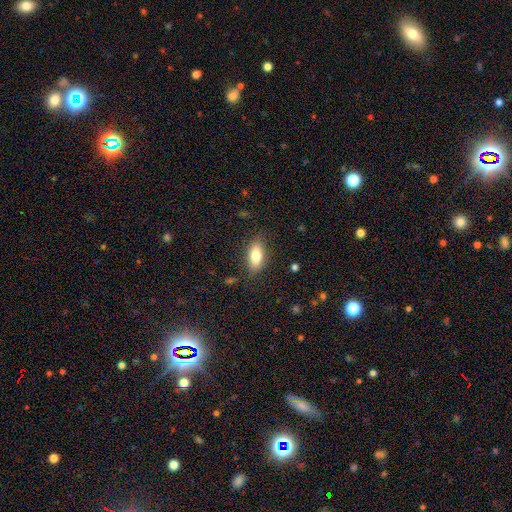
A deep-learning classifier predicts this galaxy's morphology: smooth-or-featured: smooth: 78% | featured or disk: 14% | star or artifact: 8%
  how-rounded: in between: 86% | cigar-shaped: 10% | round: 5%
  merging: none: 81% | minor disturbance: 14% | major disturbance: 4% | merger: 1%